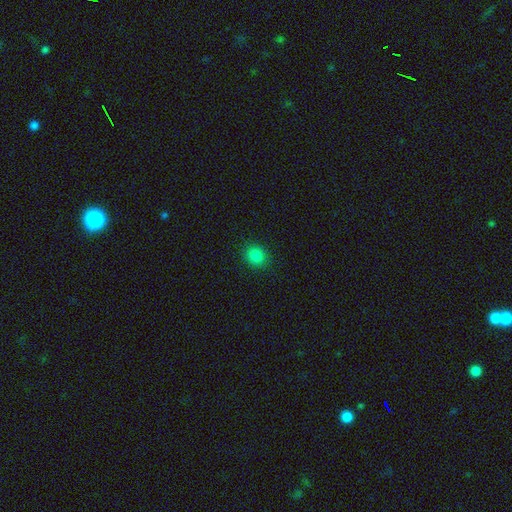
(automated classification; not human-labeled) Smooth or featured?
  - smooth: 84% *
  - star or artifact: 12%
  - featured or disk: 4%
How rounded?
  - round: 79% *
  - in between: 20%
  - cigar-shaped: 1%
Merging?
  - none: 90% *
  - minor disturbance: 7%
  - major disturbance: 2%
  - merger: 1%